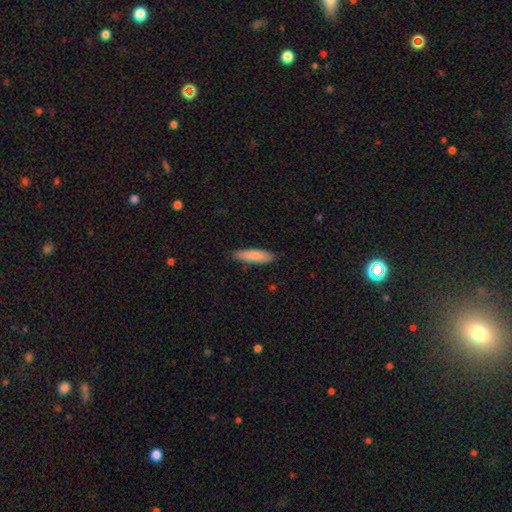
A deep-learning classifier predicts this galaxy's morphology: Smooth or featured?
  - smooth: 85% *
  - featured or disk: 10%
  - star or artifact: 6%
How rounded?
  - cigar-shaped: 64% *
  - in between: 35%
  - round: 1%
Merging?
  - none: 86% *
  - minor disturbance: 11%
  - major disturbance: 2%
  - merger: 1%